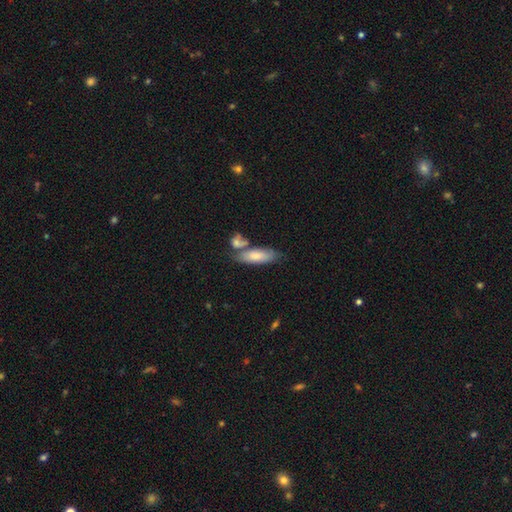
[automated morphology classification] smooth 76%, featured or disk 18%, star or artifact 6%. Down the decision tree: how rounded — in between (62%); merging — none (52%).